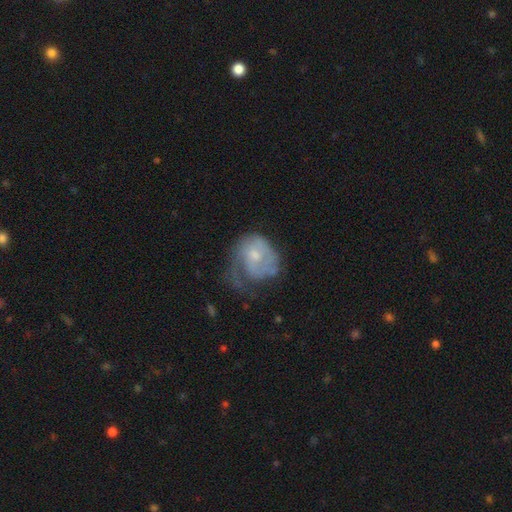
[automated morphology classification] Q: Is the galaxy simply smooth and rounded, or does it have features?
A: featured or disk — 66%.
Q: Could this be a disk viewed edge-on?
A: no — 98%.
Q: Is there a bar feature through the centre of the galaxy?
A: no — 69%.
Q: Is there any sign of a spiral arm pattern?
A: yes — 77%.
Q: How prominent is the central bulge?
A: small — 47%.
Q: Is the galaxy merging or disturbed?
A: major disturbance — 37%.